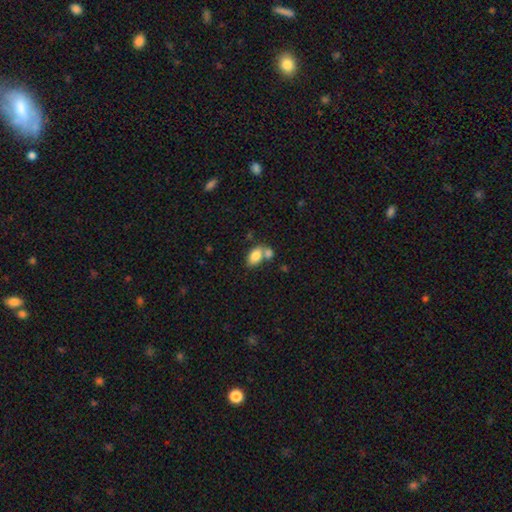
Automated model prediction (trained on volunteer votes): This appears to be a smooth galaxy with no disk features (82%) that is in between round and cigar-shaped (88%). Merging: merger (43%).